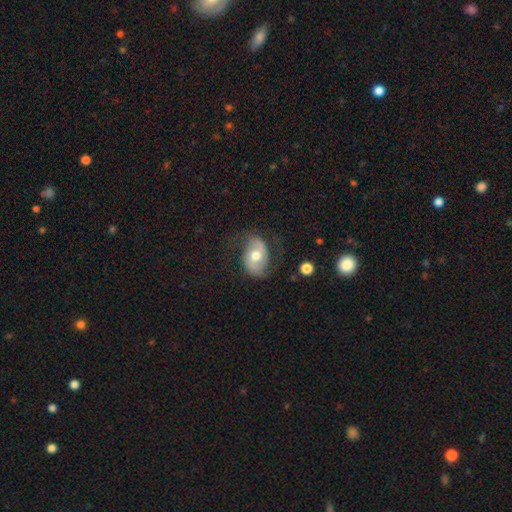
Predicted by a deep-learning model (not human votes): featured or disk 57%, smooth 36%, star or artifact 7%. Down the decision tree: edge-on disk — no (95%); bar — no (59%); spiral arms — yes (70%); bulge size — moderate (77%); merging — none (62%).